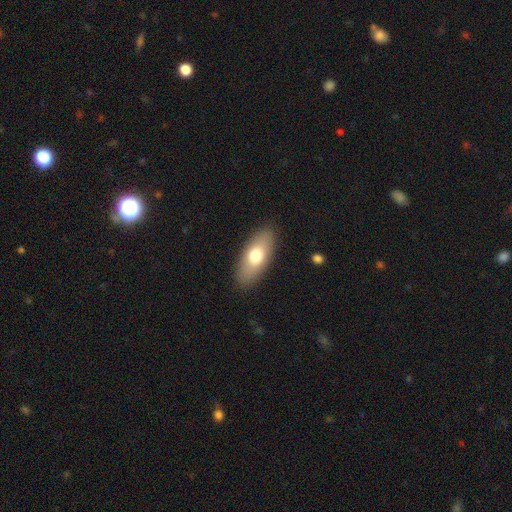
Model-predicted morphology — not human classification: Smooth or featured?
  - smooth: 70% *
  - featured or disk: 23%
  - star or artifact: 7%
How rounded?
  - in between: 82% *
  - cigar-shaped: 15%
  - round: 3%
Merging?
  - none: 88% *
  - minor disturbance: 9%
  - major disturbance: 3%
  - merger: 1%